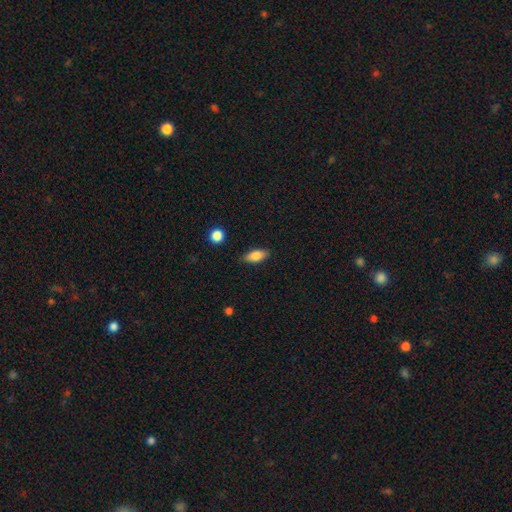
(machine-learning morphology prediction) smooth_or_featured: smooth (p=0.82) [alt: featured or disk p=0.11]
how_rounded: in between (p=0.84) [alt: cigar-shaped p=0.12]
merging: none (p=0.84) [alt: minor disturbance p=0.12]